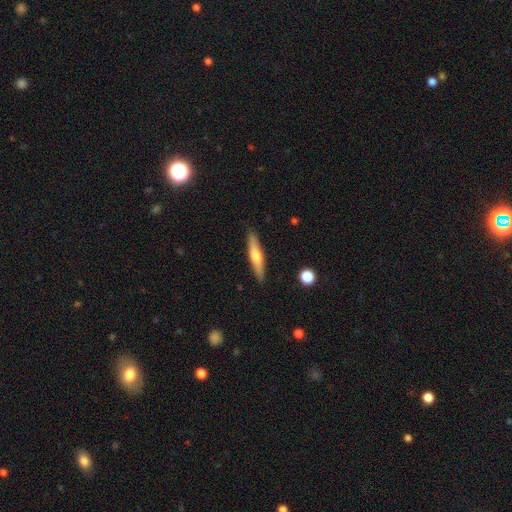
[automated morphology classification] Smooth or featured?
  - smooth: 48% *
  - featured or disk: 46%
  - star or artifact: 6%
Merging?
  - none: 89% *
  - minor disturbance: 8%
  - major disturbance: 2%
  - merger: 1%